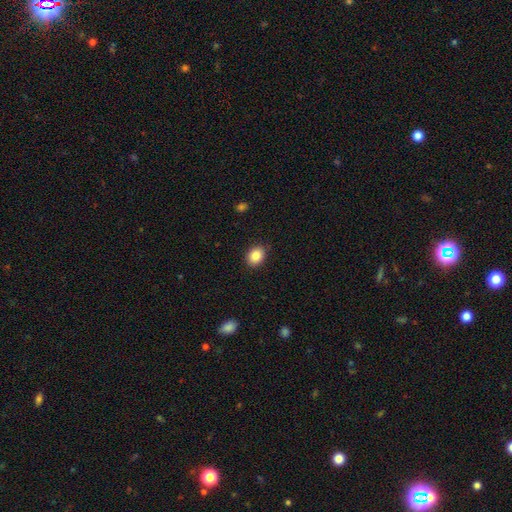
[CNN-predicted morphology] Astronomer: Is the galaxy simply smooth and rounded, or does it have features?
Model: smooth — 88%.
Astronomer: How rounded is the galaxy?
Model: in between — 60% (runner-up: round, 39%).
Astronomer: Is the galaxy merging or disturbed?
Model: none — 87%.